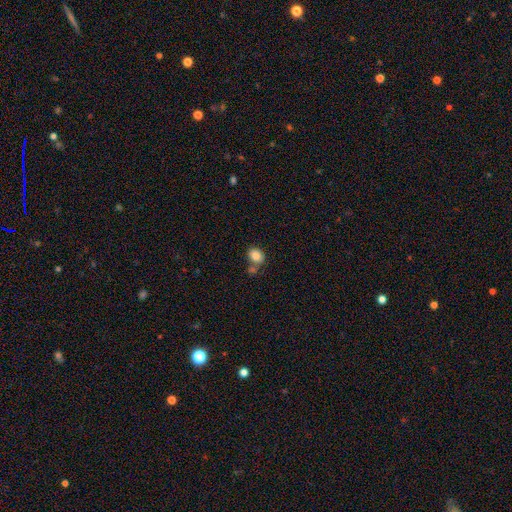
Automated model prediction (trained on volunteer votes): The model was most divided on "how rounded": in between: 51%, round: 48%, cigar-shaped: 1%. More confident: smooth or featured — smooth (84%); merging — none (61%).